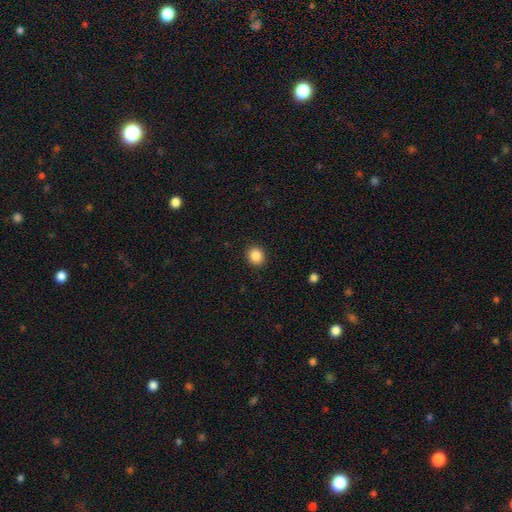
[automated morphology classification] Smooth or featured: smooth — 87% (star or artifact — 9%)
How rounded: round — 80% (in between — 19%)
Merging: none — 91% (minor disturbance — 6%)